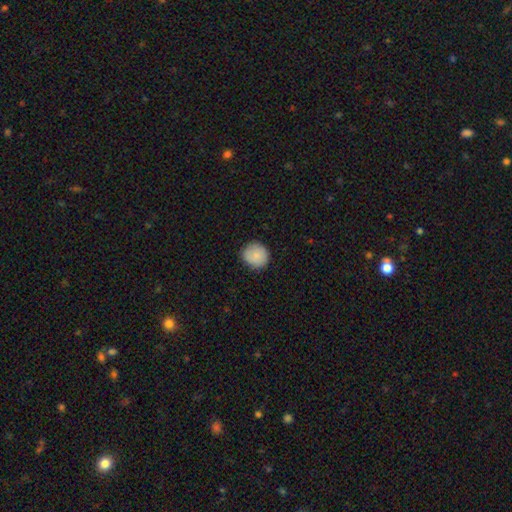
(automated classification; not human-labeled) Overall: smooth (84%). How rounded: round (88%). Merging: none (84%).